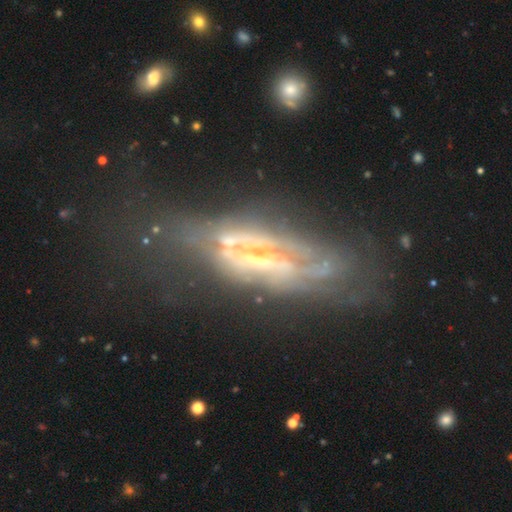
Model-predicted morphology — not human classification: This is likely a featured or disk galaxy (74%). It is possibly not viewed edge-on (55%). Merging: marginally none (39%).